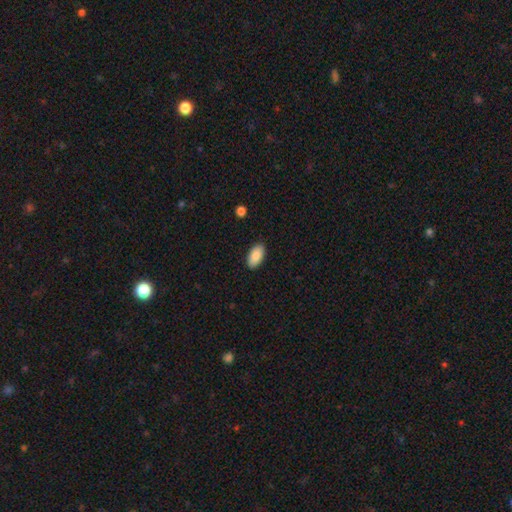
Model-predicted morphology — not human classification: Smooth or featured?
  - smooth: 88% *
  - star or artifact: 6%
  - featured or disk: 6%
How rounded?
  - in between: 95% *
  - cigar-shaped: 3%
  - round: 2%
Merging?
  - none: 89% *
  - minor disturbance: 8%
  - major disturbance: 2%
  - merger: 1%